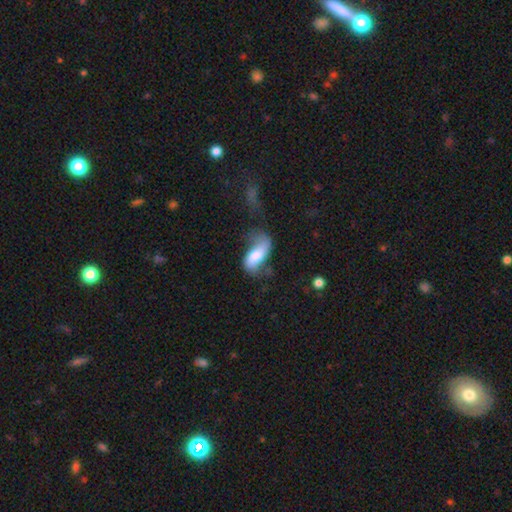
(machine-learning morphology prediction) Overall: smooth (49%; featured or disk 44%). Merging: none (36%; major disturbance 29%).